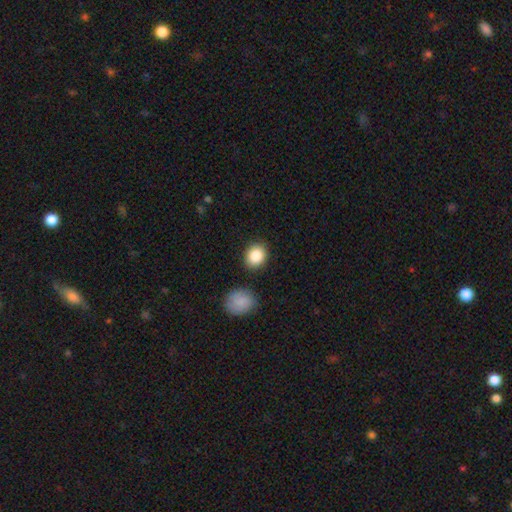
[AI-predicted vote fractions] smooth-or-featured: smooth: 87% | star or artifact: 8% | featured or disk: 5%
  how-rounded: round: 57% | in between: 42% | cigar-shaped: 1%
  merging: none: 83% | minor disturbance: 10% | merger: 5% | major disturbance: 3%